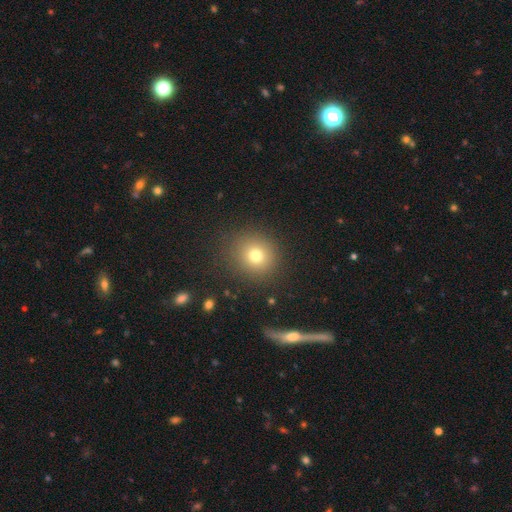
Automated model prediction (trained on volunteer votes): The model was most divided on "smooth or featured": smooth: 74%, star or artifact: 16%, featured or disk: 10%. More confident: how rounded — round (89%); merging — none (87%).